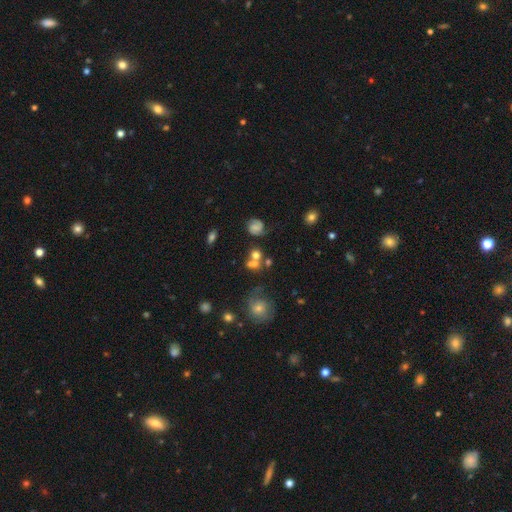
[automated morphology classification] Smooth or featured?
  - smooth: 56% *
  - featured or disk: 26%
  - star or artifact: 17%
How rounded?
  - round: 68% *
  - in between: 30%
  - cigar-shaped: 3%
Merging?
  - merger: 40% *
  - none: 38%
  - minor disturbance: 13%
  - major disturbance: 10%